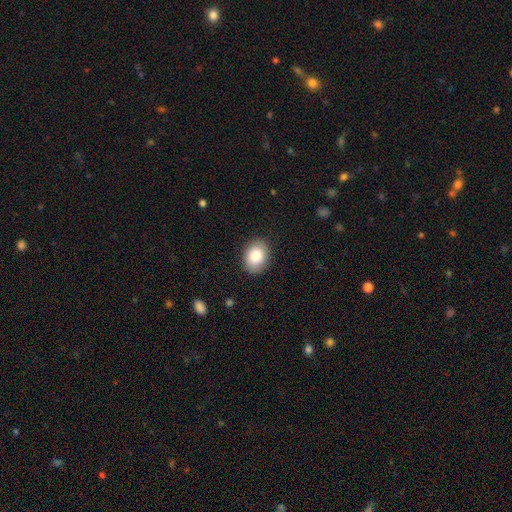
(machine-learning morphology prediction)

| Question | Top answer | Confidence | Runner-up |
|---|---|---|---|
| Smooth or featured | smooth | 85% | featured or disk (8%) |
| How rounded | in between | 66% | round (33%) |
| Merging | none | 86% | minor disturbance (10%) |